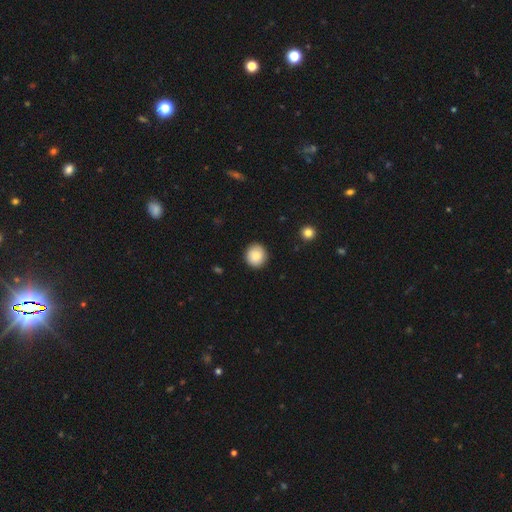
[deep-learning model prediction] This is clearly a smooth galaxy (87%). How rounded: clearly round (90%). Merging: clearly none (91%).